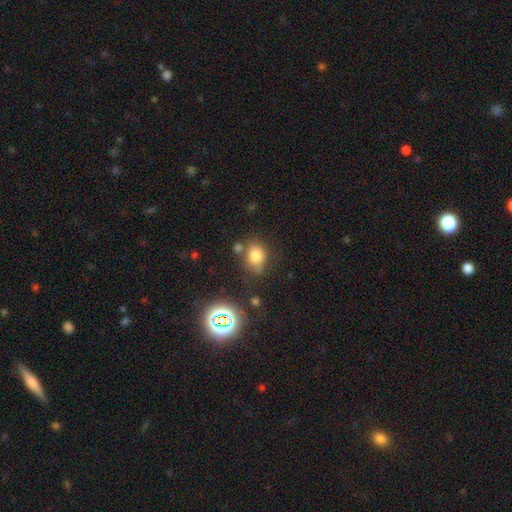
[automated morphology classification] smooth-or-featured: smooth: 76% | star or artifact: 15% | featured or disk: 9%
  how-rounded: in between: 52% | round: 47% | cigar-shaped: 1%
  merging: none: 63% | minor disturbance: 20% | merger: 11% | major disturbance: 7%